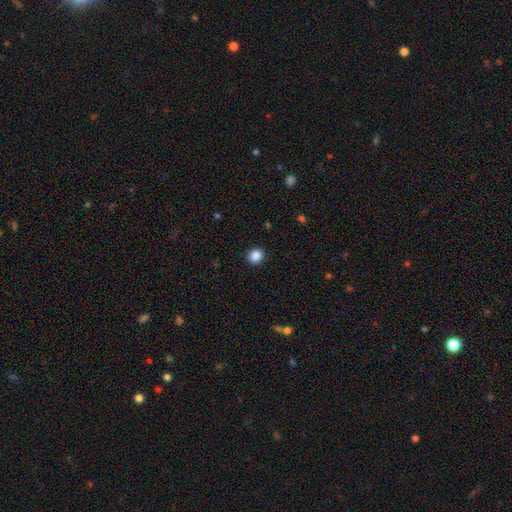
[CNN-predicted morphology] A smooth galaxy with no disk features (88%) that is round (83%). Merging: none (92%).